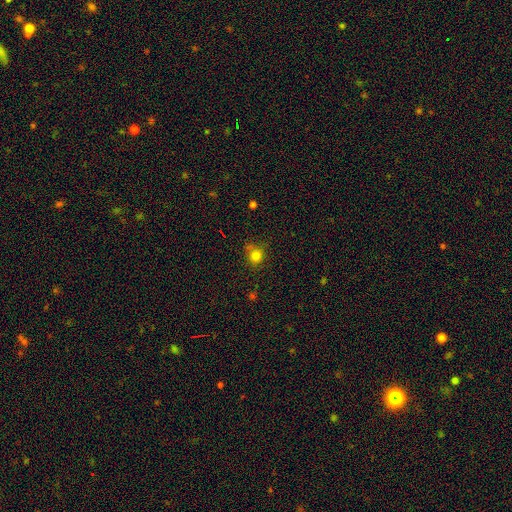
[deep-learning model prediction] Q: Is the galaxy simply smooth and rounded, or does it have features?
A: smooth — 80%.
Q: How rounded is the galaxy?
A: round — 84%.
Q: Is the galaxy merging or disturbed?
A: none — 70%.